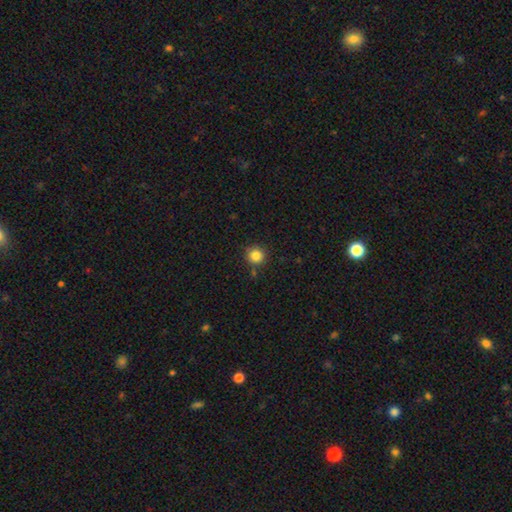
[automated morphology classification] Smooth or featured: smooth — 84% (star or artifact — 11%)
How rounded: round — 94% (in between — 5%)
Merging: none — 85% (minor disturbance — 8%)